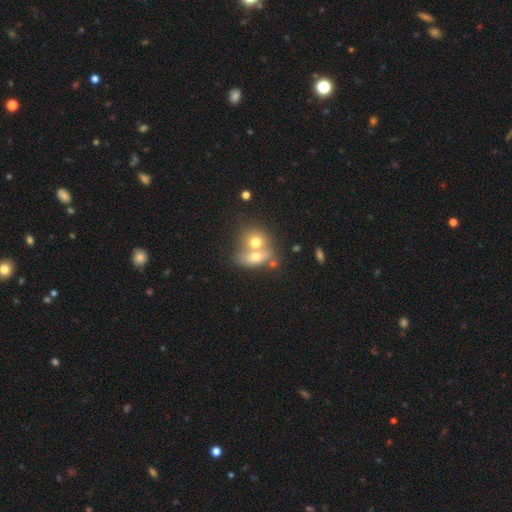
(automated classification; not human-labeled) A smooth galaxy with no disk features (60%) that is in between round and cigar-shaped (53%).

Vote fractions:
- Smooth or featured? smooth: 60% / featured or disk: 27% / star or artifact: 13%
- How rounded? in between: 53% / round: 43% / cigar-shaped: 4%
- Merging? merger: 70% / none: 20% / minor disturbance: 6% / major disturbance: 4%